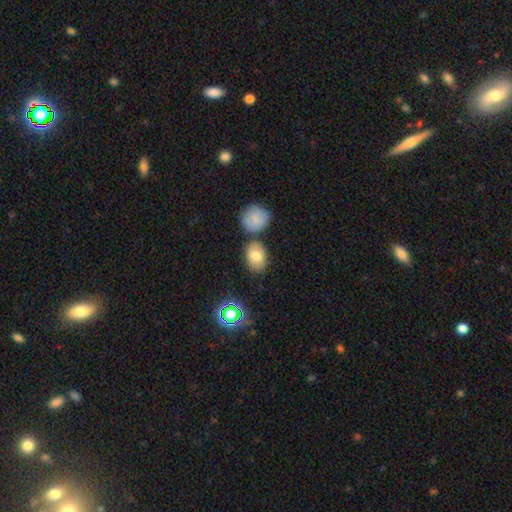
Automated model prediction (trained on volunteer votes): Smooth or featured: smooth — 78% (featured or disk — 12%)
How rounded: in between — 75% (round — 24%)
Merging: none — 67% (merger — 16%)